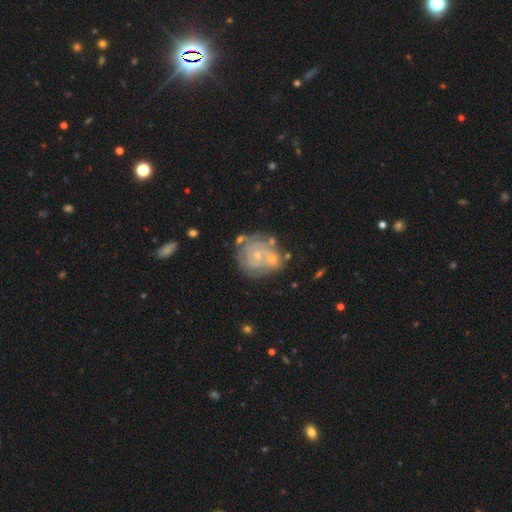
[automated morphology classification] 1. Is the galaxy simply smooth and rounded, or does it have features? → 73% featured or disk, 19% smooth, 8% star or artifact.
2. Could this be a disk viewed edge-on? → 98% no, 2% yes.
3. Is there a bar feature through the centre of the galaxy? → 78% no, 18% weak, 3% strong.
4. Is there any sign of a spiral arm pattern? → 81% yes, 19% no.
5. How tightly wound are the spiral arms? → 69% tight, 24% medium, 7% loose.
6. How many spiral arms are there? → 45% can't tell, 24% 2, 15% 3, 6% 4, 5% 1, 4% more than 4.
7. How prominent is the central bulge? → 71% small, 24% moderate, 3% none, 1% large, 1% dominant.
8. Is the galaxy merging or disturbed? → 53% none, 19% merger, 19% minor disturbance, 9% major disturbance.